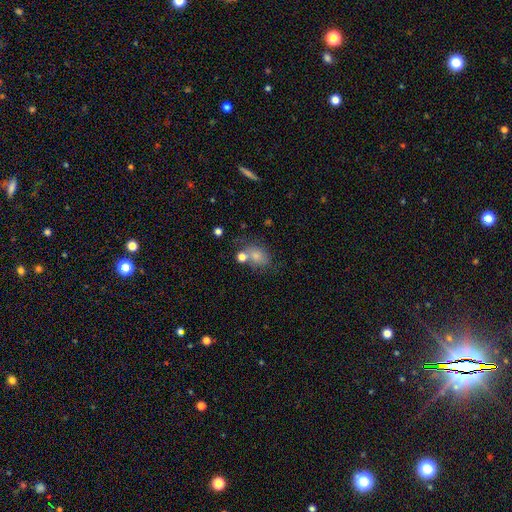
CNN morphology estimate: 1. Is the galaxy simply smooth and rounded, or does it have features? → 73% smooth, 15% featured or disk, 12% star or artifact.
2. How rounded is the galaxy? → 62% in between, 37% round, 1% cigar-shaped.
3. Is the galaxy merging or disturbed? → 50% none, 23% merger, 18% minor disturbance, 9% major disturbance.